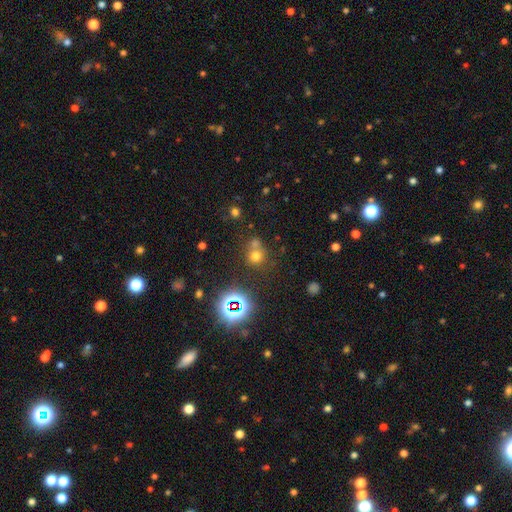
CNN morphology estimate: The model was most divided on "merging": none: 52%, merger: 34%, minor disturbance: 9%, major disturbance: 5%. More confident: how rounded — round (84%); smooth or featured — smooth (62%).